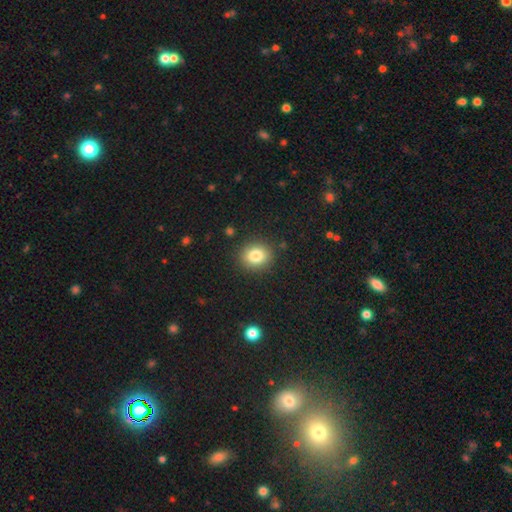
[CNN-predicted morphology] This appears to be a smooth galaxy with no disk features (82%) that is round (70%). Merging: none (88%).